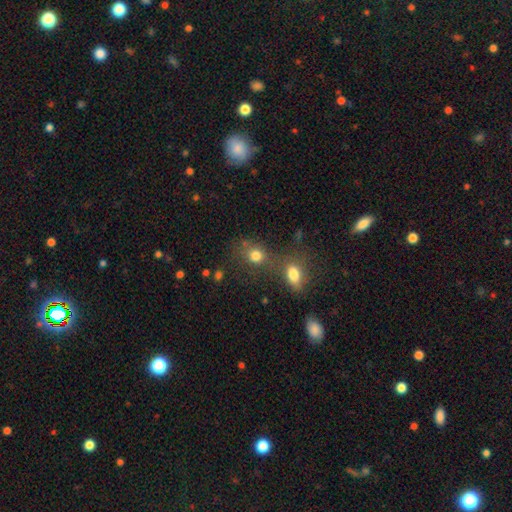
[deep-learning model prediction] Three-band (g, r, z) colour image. It shows a smooth galaxy with no disk features (77%) that is round (64%). Merging: merger (42%, tied with none).